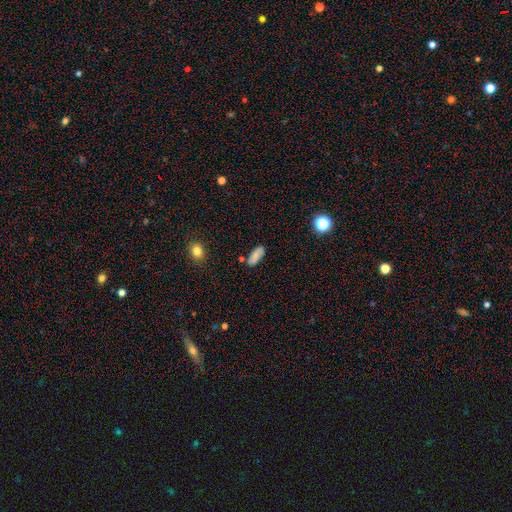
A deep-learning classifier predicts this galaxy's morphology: The model was most divided on "how rounded": in between: 78%, cigar-shaped: 19%, round: 3%. More confident: smooth or featured — smooth (79%); merging — none (76%).